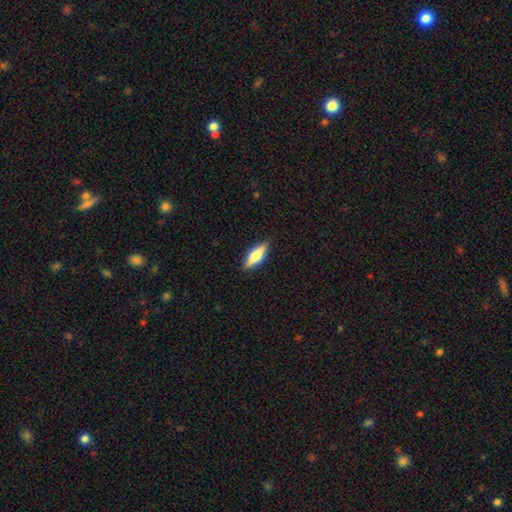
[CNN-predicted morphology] featured or disk 47% (tied), smooth 47% (tied), star or artifact 6%. Down the decision tree: merging — none (89%).